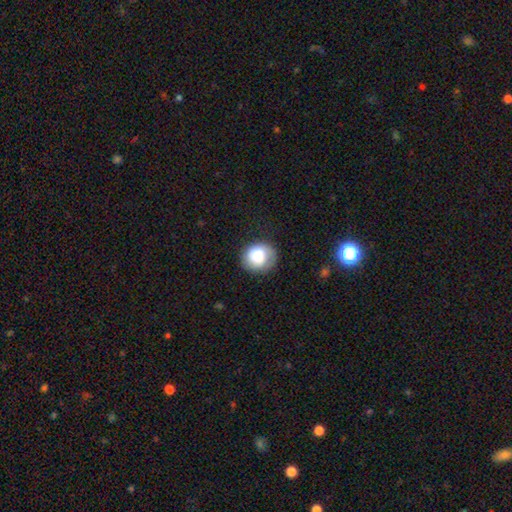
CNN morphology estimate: Overall: smooth (79%). How rounded: round (81%). Merging: none (74%).